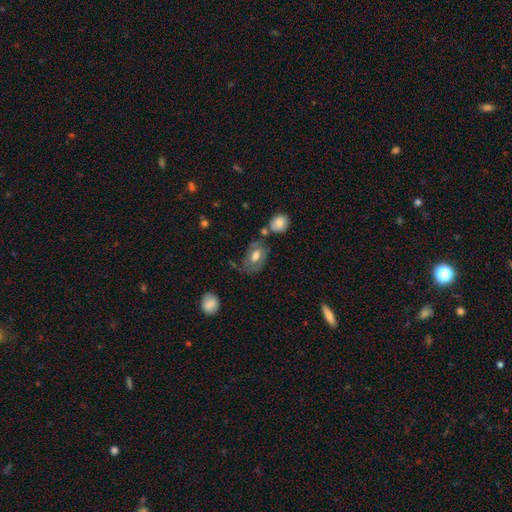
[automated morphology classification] smooth 60%, featured or disk 33%, star or artifact 7%. Down the decision tree: how rounded — in between (85%); merging — none (56%).